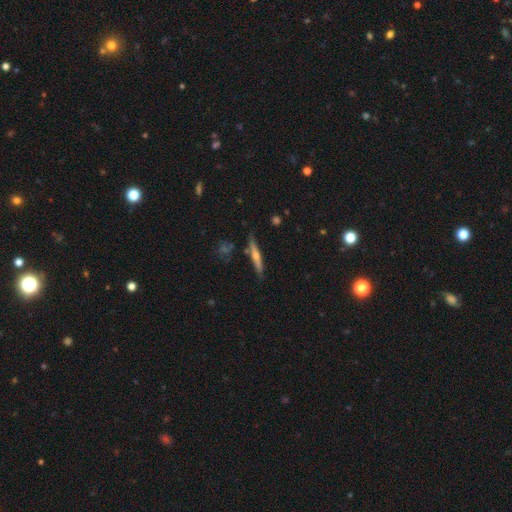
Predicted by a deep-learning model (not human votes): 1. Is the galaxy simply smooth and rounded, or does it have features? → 62% featured or disk, 32% smooth, 6% star or artifact.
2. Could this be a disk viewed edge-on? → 96% yes, 4% no.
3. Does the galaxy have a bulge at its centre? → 85% rounded, 11% none, 4% boxy.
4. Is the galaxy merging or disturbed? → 82% none, 12% minor disturbance, 4% merger, 2% major disturbance.